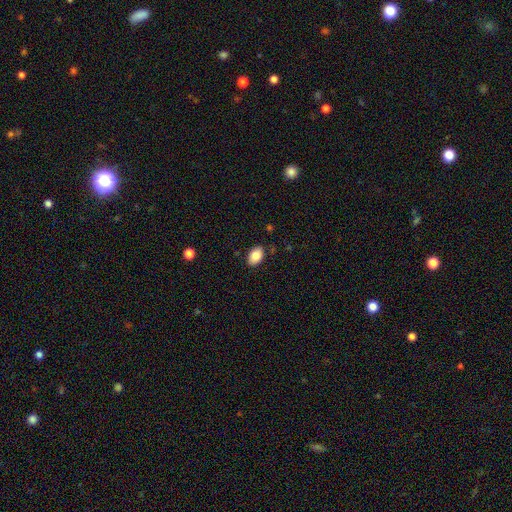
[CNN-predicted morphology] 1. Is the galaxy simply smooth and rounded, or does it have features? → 84% smooth, 8% featured or disk, 7% star or artifact.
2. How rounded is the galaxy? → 89% in between, 9% round, 1% cigar-shaped.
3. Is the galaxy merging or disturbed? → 87% none, 10% minor disturbance, 2% major disturbance, 1% merger.